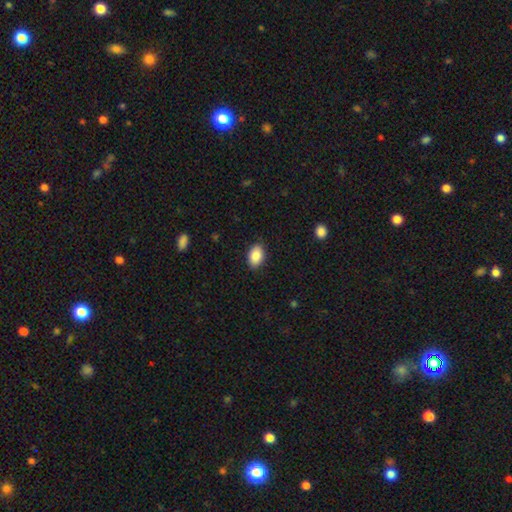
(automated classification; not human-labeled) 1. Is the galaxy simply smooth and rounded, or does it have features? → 88% smooth, 7% star or artifact, 5% featured or disk.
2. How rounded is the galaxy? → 89% in between, 10% round, 1% cigar-shaped.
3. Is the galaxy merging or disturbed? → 88% none, 9% minor disturbance, 2% major disturbance, 1% merger.